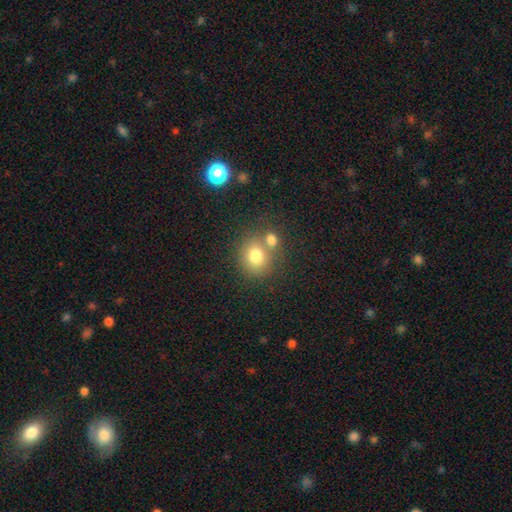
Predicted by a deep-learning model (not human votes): This appears to be a smooth galaxy with no disk features (77%) that is round (72%). Merging: none (53%).